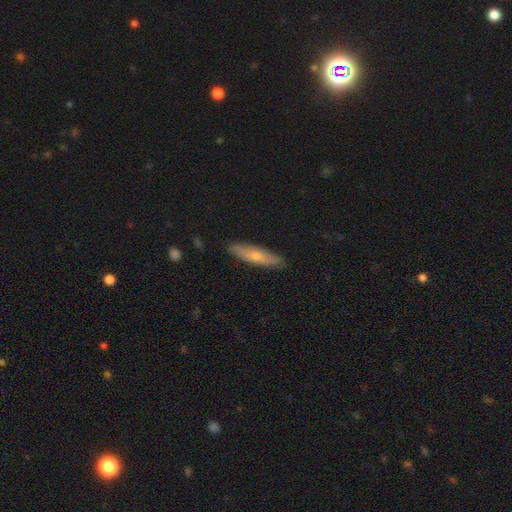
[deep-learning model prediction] Q: Smooth or featured?
A: smooth (56%); runner-up: featured or disk (38%)
Q: How rounded?
A: cigar-shaped (82%); runner-up: in between (16%)
Q: Merging?
A: none (88%); runner-up: minor disturbance (9%)